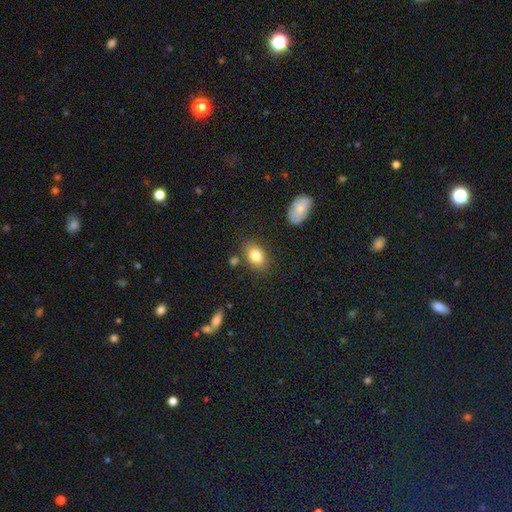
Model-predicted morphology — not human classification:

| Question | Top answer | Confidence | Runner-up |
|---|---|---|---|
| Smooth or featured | smooth | 82% | featured or disk (10%) |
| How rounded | in between | 80% | round (19%) |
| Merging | none | 79% | minor disturbance (12%) |